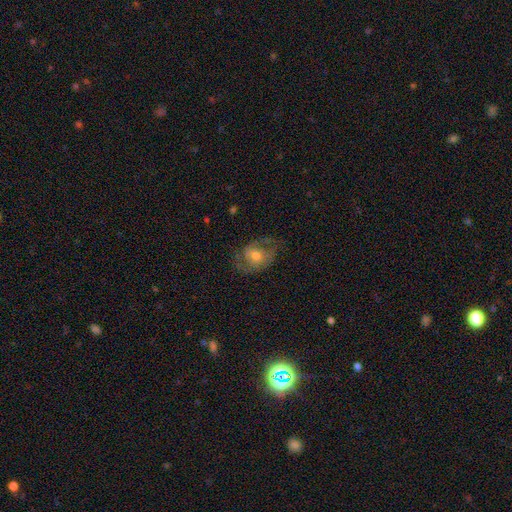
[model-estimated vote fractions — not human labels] smooth_or_featured: featured or disk (p=0.57) [alt: smooth p=0.35]
disk_edge_on: no (p=0.95) [alt: yes p=0.05]
bar: no (p=0.62) [alt: weak p=0.30]
has_spiral_arms: yes (p=0.69) [alt: no p=0.31]
bulge_size: moderate (p=0.65) [alt: small p=0.24]
merging: none (p=0.59) [alt: minor disturbance p=0.21]